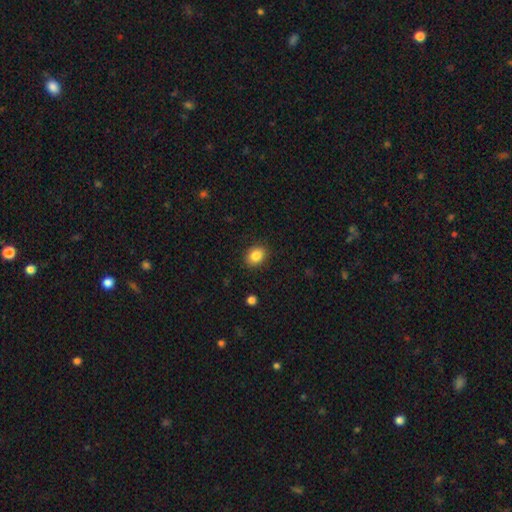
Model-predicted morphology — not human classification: This appears to be a smooth galaxy with no disk features (85%) that is in between round and cigar-shaped (52%). Merging: none (89%).